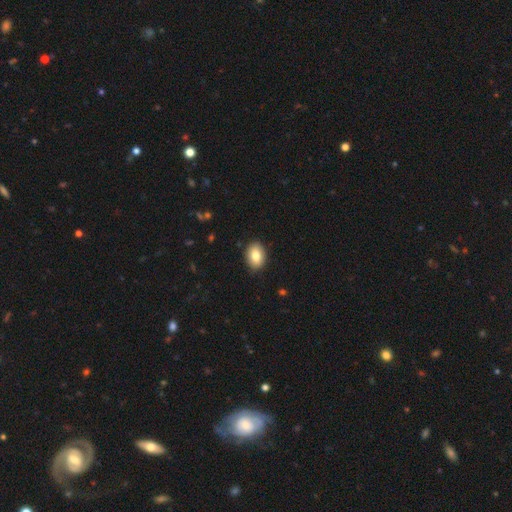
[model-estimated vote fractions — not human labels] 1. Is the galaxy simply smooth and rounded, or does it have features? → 83% smooth, 10% featured or disk, 7% star or artifact.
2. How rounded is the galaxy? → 81% in between, 18% round, 1% cigar-shaped.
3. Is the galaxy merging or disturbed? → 88% none, 9% minor disturbance, 2% major disturbance, 1% merger.